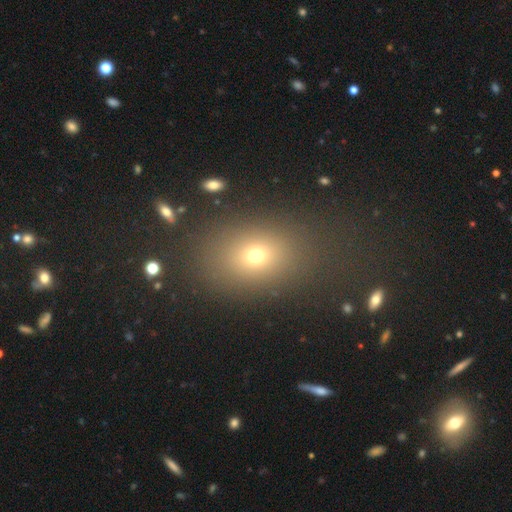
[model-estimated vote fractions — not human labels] Q: Smooth or featured?
A: smooth (68%); runner-up: star or artifact (21%)
Q: How rounded?
A: in between (62%); runner-up: round (36%)
Q: Merging?
A: none (80%); runner-up: minor disturbance (11%)